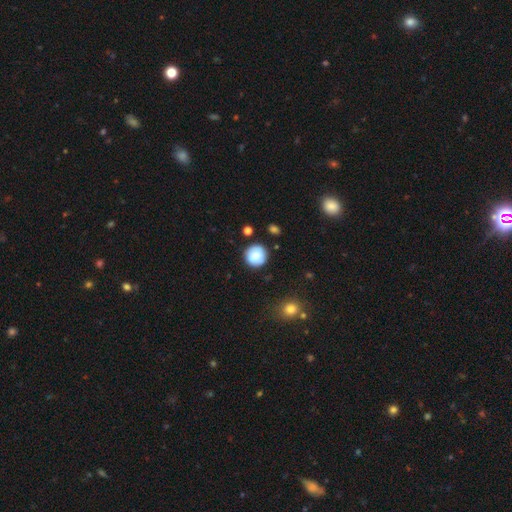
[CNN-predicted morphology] A smooth galaxy with no disk features (81%) that is round (95%). Merging: none (86%).